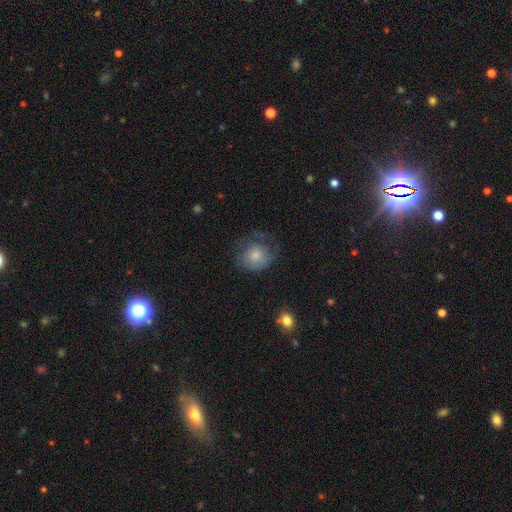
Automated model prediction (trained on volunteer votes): smooth 55%, featured or disk 37%, star or artifact 8%. Down the decision tree: how rounded — round (75%); merging — none (49%).